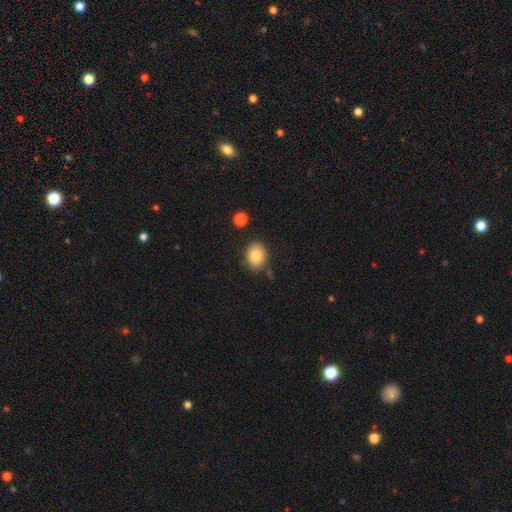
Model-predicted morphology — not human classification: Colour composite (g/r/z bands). It shows a smooth galaxy with no disk features (83%) that is in between round and cigar-shaped (56%). Merging: none (78%).